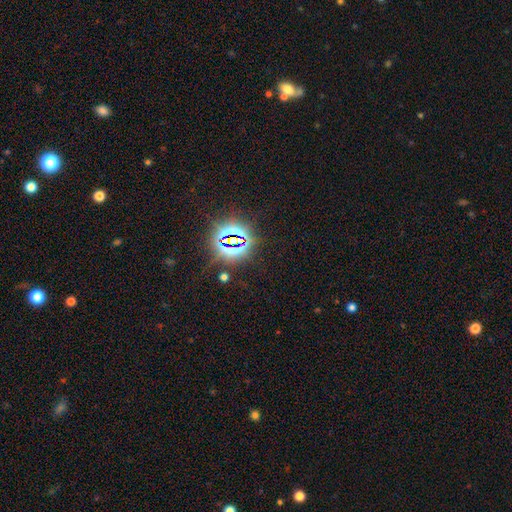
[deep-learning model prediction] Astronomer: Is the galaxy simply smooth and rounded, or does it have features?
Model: star or artifact — 83%.